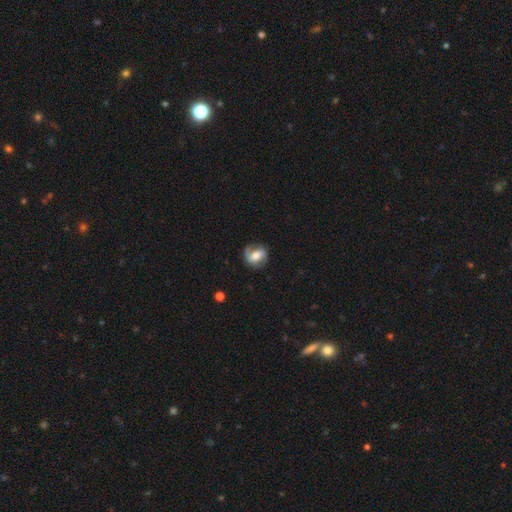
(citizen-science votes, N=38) smooth-or-featured: featured or disk: 63% | smooth: 34% | star or artifact: 3%
  disk-edge-on: no: 92% | yes: 8%
    bar: no: 36% | strong: 32% | weak: 32%
    has-spiral-arms: yes: 68% | no: 32%
      spiral-winding: medium: 47% | loose: 33% | tight: 20%
      spiral-arm-count: 2: 73% | 1: 13% | can't tell: 13% | 3: 0% | 4: 0% | more than 4: 0%
    bulge-size: moderate: 77% | small: 14% | large: 9% | dominant: 0% | none: 0%
  merging: none: 68% | minor disturbance: 27% | major disturbance: 5% | merger: 0%